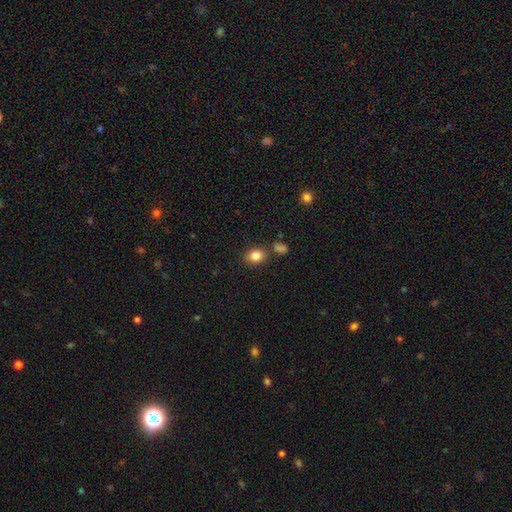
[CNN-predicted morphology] smooth_or_featured: smooth (p=0.83) [alt: star or artifact p=0.11]
how_rounded: in between (p=0.51) [alt: round p=0.48]
merging: none (p=0.77) [alt: minor disturbance p=0.11]